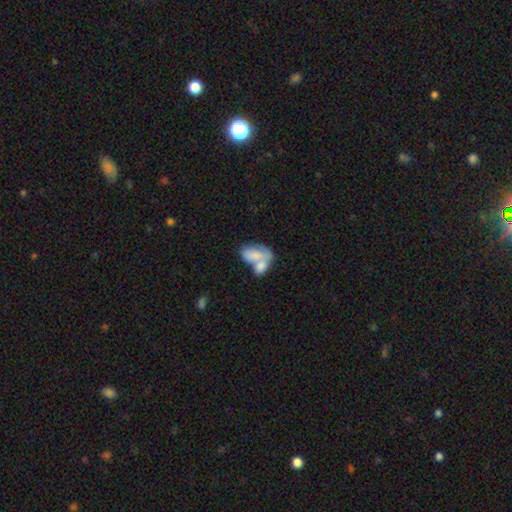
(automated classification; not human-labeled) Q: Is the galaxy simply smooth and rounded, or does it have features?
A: smooth — 70%.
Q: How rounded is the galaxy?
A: in between — 91%.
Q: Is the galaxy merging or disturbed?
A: merger — 69%.